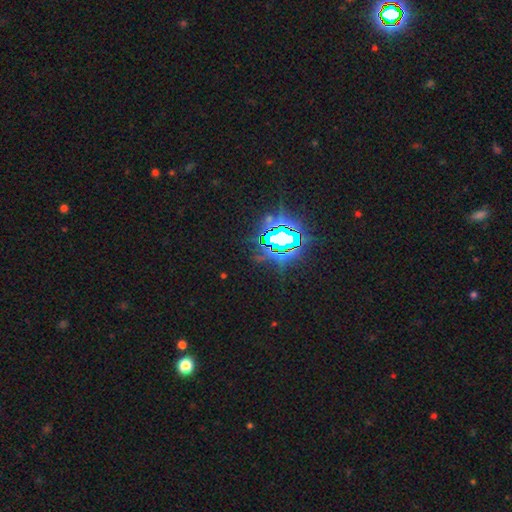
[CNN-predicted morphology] Overall: star or artifact (85%).